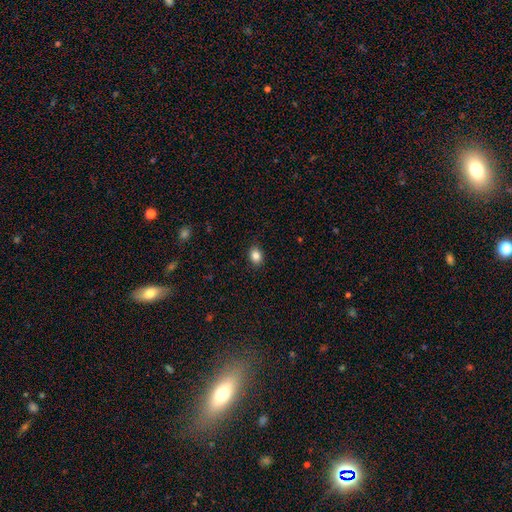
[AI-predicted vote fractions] Overall: smooth (85%). How rounded: in between (58%; round 41%). Merging: none (88%).